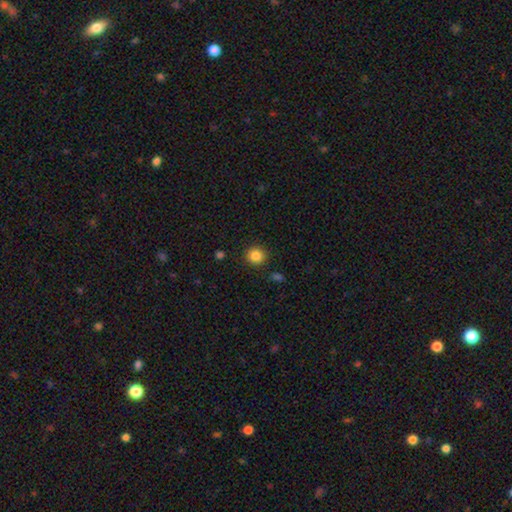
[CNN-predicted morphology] This appears to be a smooth galaxy with no disk features (85%) that is round (92%). Merging: none (90%).